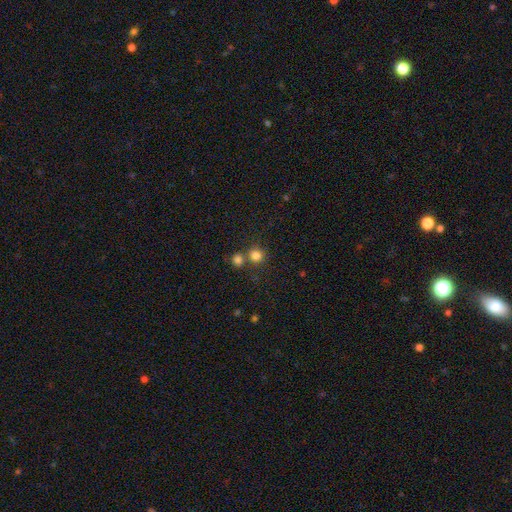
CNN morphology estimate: smooth-or-featured: smooth: 81% | star or artifact: 14% | featured or disk: 6%
  how-rounded: round: 89% | in between: 10% | cigar-shaped: 1%
  merging: none: 64% | merger: 26% | minor disturbance: 7% | major disturbance: 3%